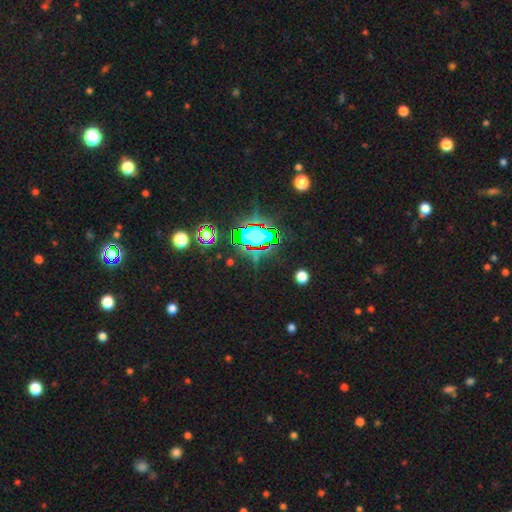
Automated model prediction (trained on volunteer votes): Smooth or featured? star or artifact (74%)